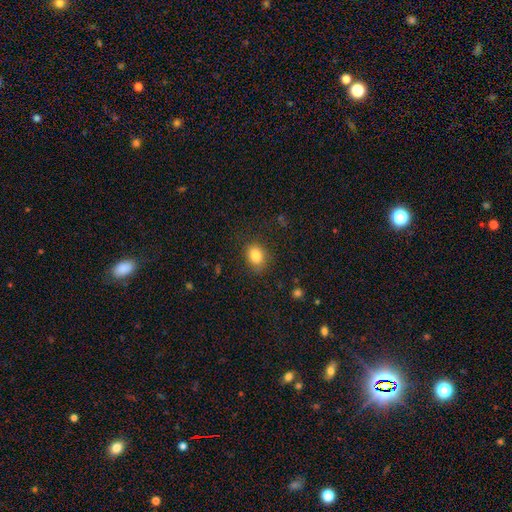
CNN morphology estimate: Q: Smooth or featured?
A: smooth (84%); runner-up: star or artifact (9%)
Q: How rounded?
A: in between (66%); runner-up: round (33%)
Q: Merging?
A: none (82%); runner-up: minor disturbance (13%)